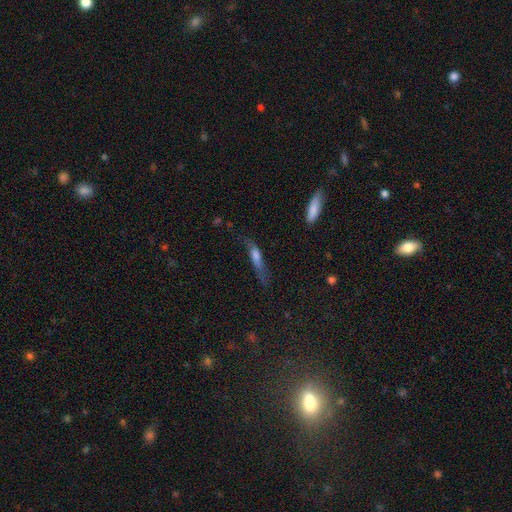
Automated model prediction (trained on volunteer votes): This is likely a smooth galaxy (61%). How rounded: likely cigar-shaped (74%). Merging: possibly none (46%).